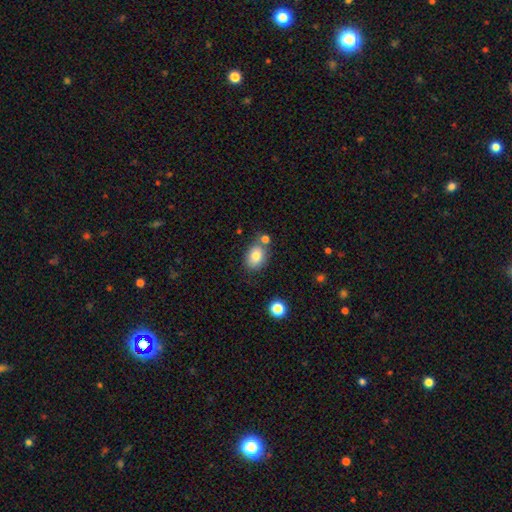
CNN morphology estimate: smooth 81%, featured or disk 10%, star or artifact 9%. Down the decision tree: how rounded — in between (70%); merging — none (67%).